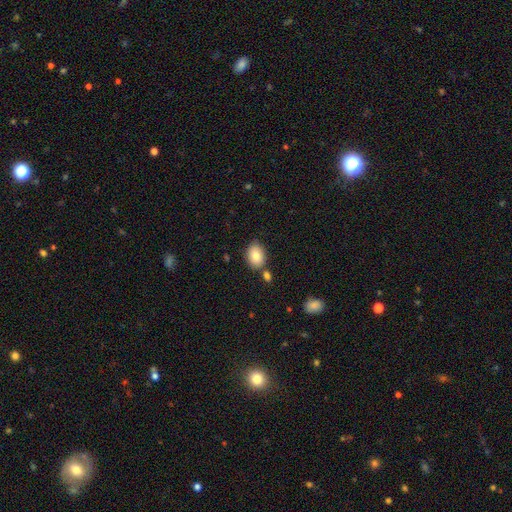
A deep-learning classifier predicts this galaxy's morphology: A smooth galaxy with no disk features (82%) that is in between round and cigar-shaped (75%).

Vote fractions:
- Smooth or featured? smooth: 82% / featured or disk: 10% / star or artifact: 8%
- How rounded? in between: 75% / round: 24% / cigar-shaped: 1%
- Merging? none: 74% / minor disturbance: 12% / merger: 10% / major disturbance: 3%